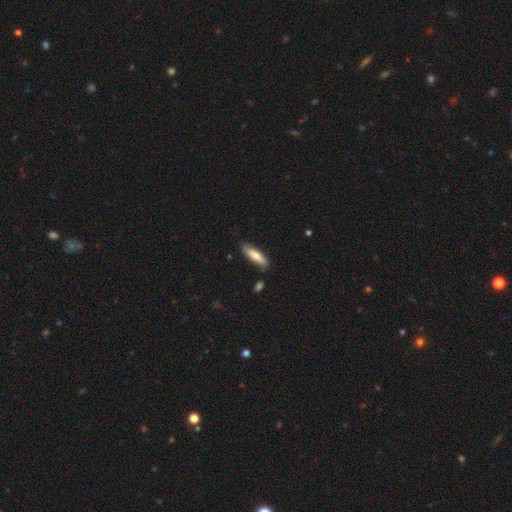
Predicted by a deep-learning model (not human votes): A smooth galaxy with no disk features (74%) that is cigar-shaped (62%).

Vote fractions:
- Smooth or featured? smooth: 74% / featured or disk: 21% / star or artifact: 6%
- How rounded? cigar-shaped: 62% / in between: 37% / round: 2%
- Merging? none: 79% / minor disturbance: 15% / merger: 3% / major disturbance: 3%